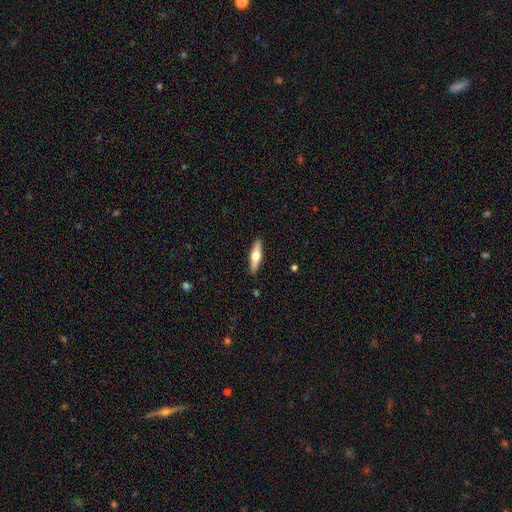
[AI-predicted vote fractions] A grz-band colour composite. It shows a featured or disk galaxy (51%) viewed edge-on (92%). Merging: none (90%).